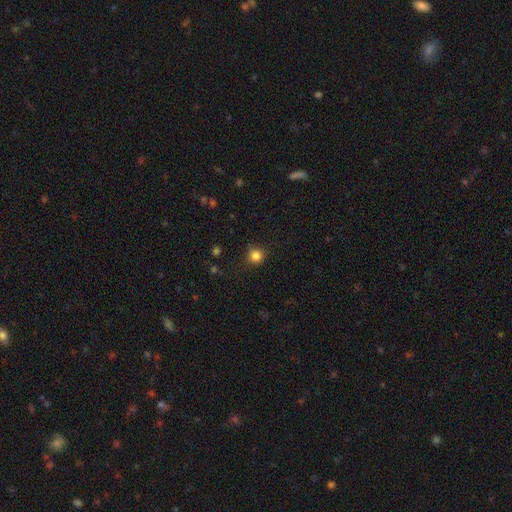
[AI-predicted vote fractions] A smooth galaxy with no disk features (83%) that is round (92%).

Vote fractions:
- Smooth or featured? smooth: 83% / star or artifact: 12% / featured or disk: 4%
- How rounded? round: 92% / in between: 7% / cigar-shaped: 1%
- Merging? none: 86% / minor disturbance: 10% / major disturbance: 3% / merger: 1%